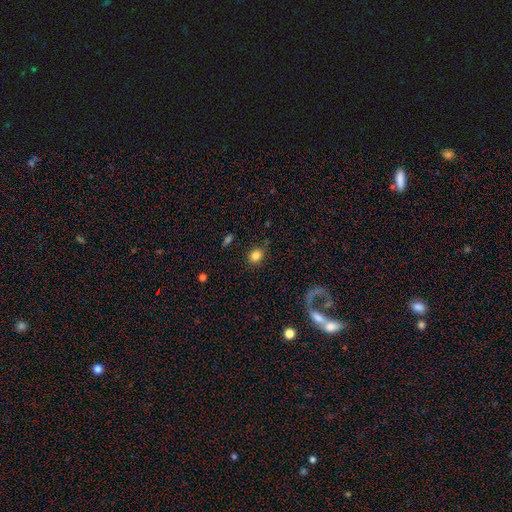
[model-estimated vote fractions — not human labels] A smooth galaxy with no disk features (82%) that is round (71%). Merging: none (84%).